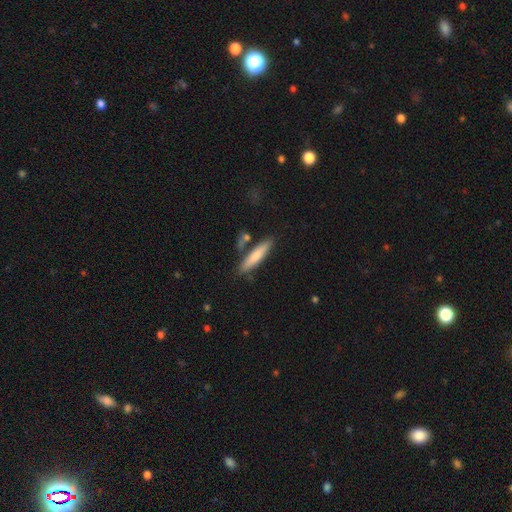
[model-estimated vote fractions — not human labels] Smooth or featured?
  - smooth: 74% *
  - featured or disk: 20%
  - star or artifact: 6%
How rounded?
  - cigar-shaped: 82% *
  - in between: 16%
  - round: 2%
Merging?
  - none: 74% *
  - minor disturbance: 13%
  - merger: 9%
  - major disturbance: 3%